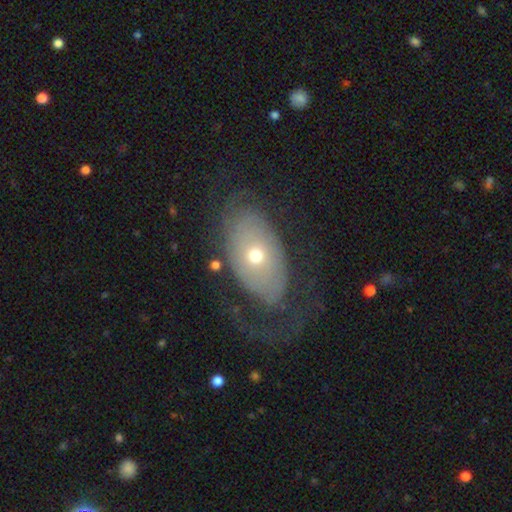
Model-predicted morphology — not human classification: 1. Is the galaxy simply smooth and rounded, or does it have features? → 59% featured or disk, 33% smooth, 8% star or artifact.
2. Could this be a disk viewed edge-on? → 90% no, 10% yes.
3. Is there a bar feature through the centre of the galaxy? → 86% no, 11% weak, 4% strong.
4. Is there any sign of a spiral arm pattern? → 55% yes, 45% no.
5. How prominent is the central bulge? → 51% moderate, 43% small, 3% large, 1% dominant, 1% none.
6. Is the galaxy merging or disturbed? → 53% none, 27% major disturbance, 17% minor disturbance, 2% merger.